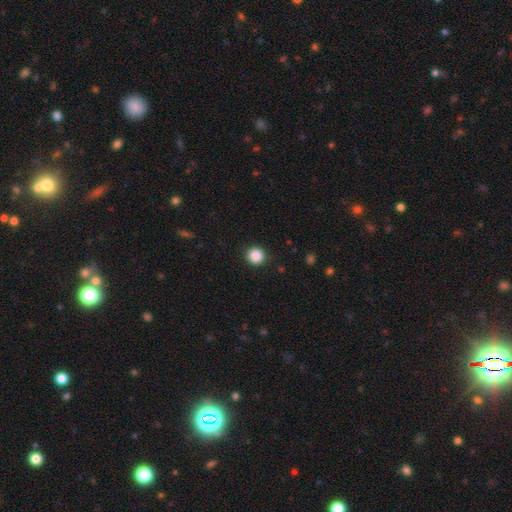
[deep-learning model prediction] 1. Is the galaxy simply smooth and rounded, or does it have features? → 88% smooth, 10% star or artifact, 3% featured or disk.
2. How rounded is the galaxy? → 93% round, 6% in between, 1% cigar-shaped.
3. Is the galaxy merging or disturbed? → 90% none, 6% minor disturbance, 2% major disturbance, 1% merger.